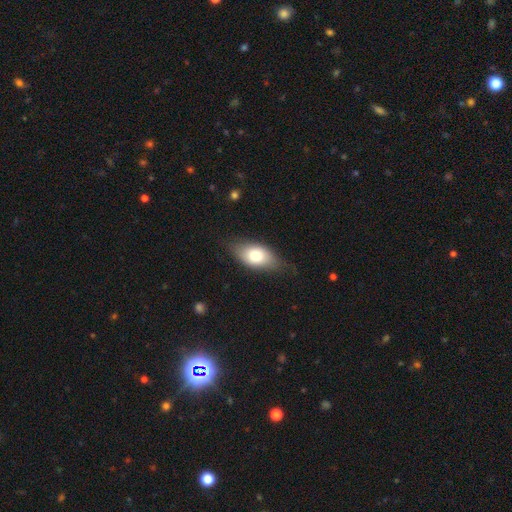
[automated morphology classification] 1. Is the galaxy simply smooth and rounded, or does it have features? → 77% smooth, 17% featured or disk, 6% star or artifact.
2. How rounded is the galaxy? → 89% in between, 6% round, 5% cigar-shaped.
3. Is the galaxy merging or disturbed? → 70% none, 23% minor disturbance, 6% major disturbance, 1% merger.